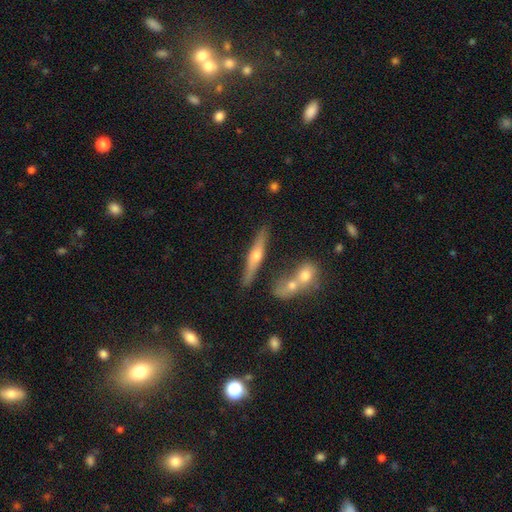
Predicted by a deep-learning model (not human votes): Smooth or featured?
  - featured or disk: 65% *
  - smooth: 29%
  - star or artifact: 6%
Edge-on disk?
  - yes: 94% *
  - no: 6%
Edge-on bulge?
  - rounded: 91% *
  - none: 5%
  - boxy: 4%
Merging?
  - none: 77% *
  - merger: 10%
  - minor disturbance: 10%
  - major disturbance: 3%